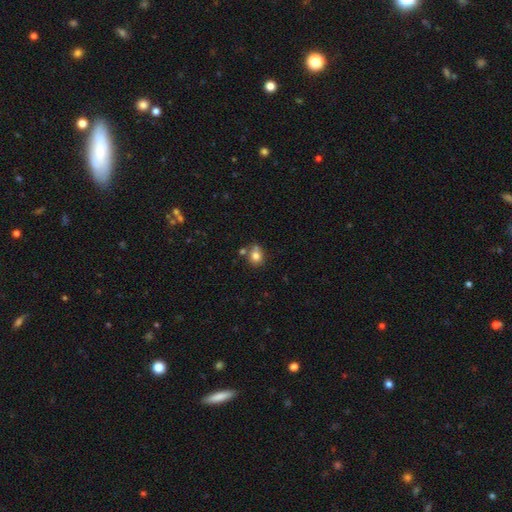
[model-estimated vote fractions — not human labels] Morphology: type=smooth (79%); roundness=round (69%); merging=none (59%).